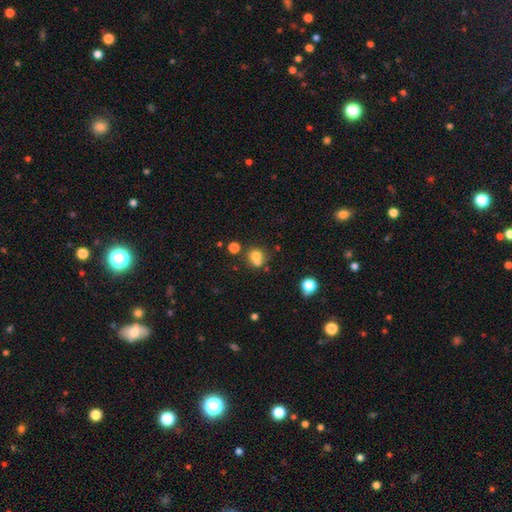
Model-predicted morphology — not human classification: Smooth or featured?
  - smooth: 70% *
  - star or artifact: 15%
  - featured or disk: 15%
How rounded?
  - round: 77% *
  - in between: 22%
  - cigar-shaped: 1%
Merging?
  - merger: 48% *
  - none: 39%
  - minor disturbance: 9%
  - major disturbance: 4%